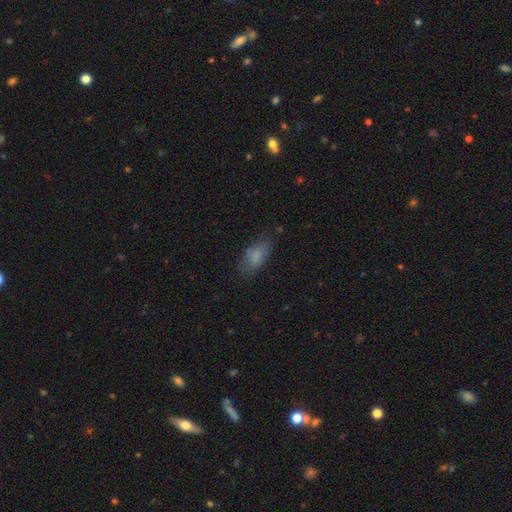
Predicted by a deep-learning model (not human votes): Smooth or featured: smooth — 81% (featured or disk — 10%)
How rounded: in between — 88% (cigar-shaped — 9%)
Merging: none — 72% (minor disturbance — 20%)